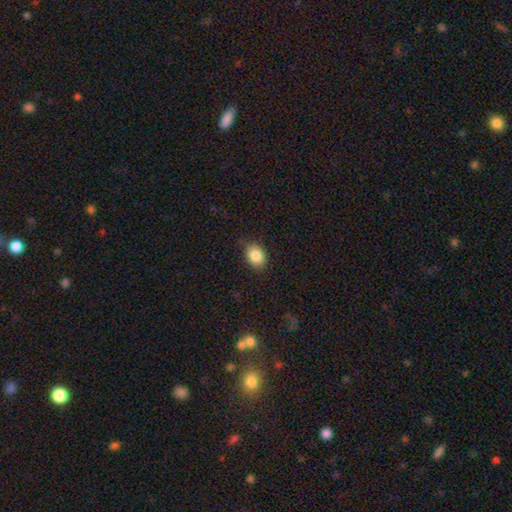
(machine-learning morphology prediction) Smooth or featured? Predicted: smooth (p=0.86). How rounded? Predicted: in between (p=0.67). Merging? Predicted: none (p=0.84).